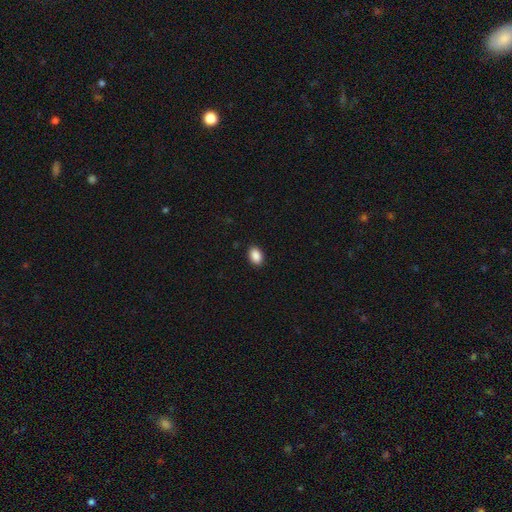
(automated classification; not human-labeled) Overall: smooth (90%). How rounded: in between (86%). Merging: none (90%).